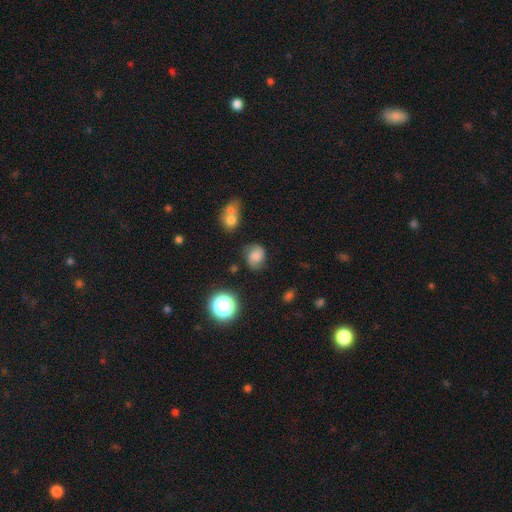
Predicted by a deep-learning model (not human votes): Q: Smooth or featured?
A: smooth (53%); runner-up: featured or disk (33%)
Q: How rounded?
A: round (64%); runner-up: in between (35%)
Q: Merging?
A: none (65%); runner-up: minor disturbance (23%)